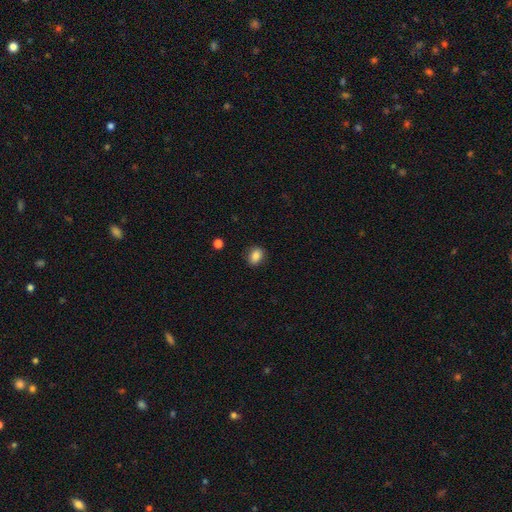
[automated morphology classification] smooth-or-featured: smooth: 86% | star or artifact: 9% | featured or disk: 5%
  how-rounded: in between: 64% | round: 34% | cigar-shaped: 1%
  merging: none: 87% | minor disturbance: 10% | major disturbance: 2% | merger: 1%